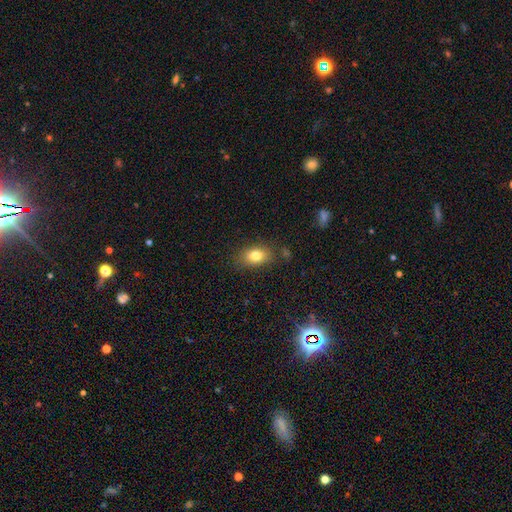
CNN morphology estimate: Q: Smooth or featured?
A: smooth (80%); runner-up: featured or disk (10%)
Q: How rounded?
A: in between (83%); runner-up: round (15%)
Q: Merging?
A: none (81%); runner-up: minor disturbance (13%)